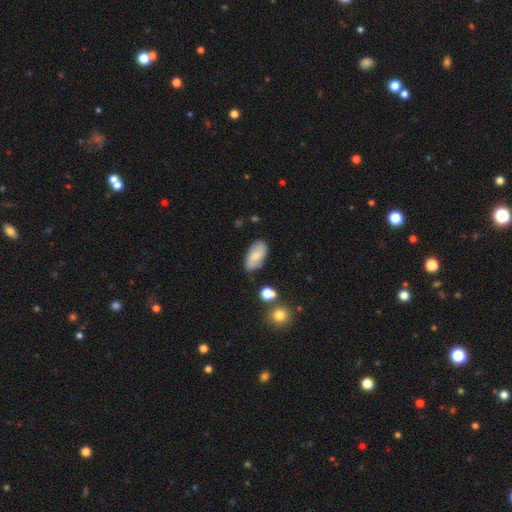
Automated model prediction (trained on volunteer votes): Morphology: type=smooth (71%); roundness=in between (92%); merging=none (76%).